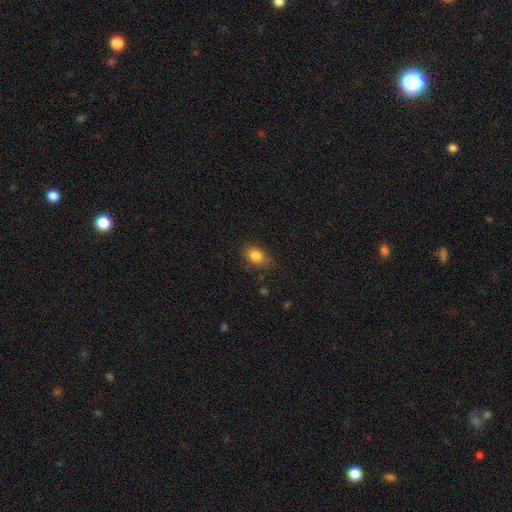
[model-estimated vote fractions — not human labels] The model was most divided on "how rounded": in between: 70%, round: 29%, cigar-shaped: 1%. More confident: smooth or featured — smooth (84%); merging — none (75%).